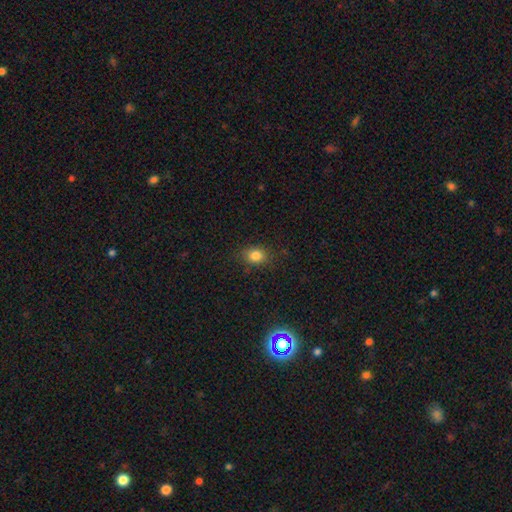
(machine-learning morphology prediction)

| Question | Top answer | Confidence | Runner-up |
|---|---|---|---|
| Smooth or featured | smooth | 82% | star or artifact (12%) |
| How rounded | in between | 52% | round (47%) |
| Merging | none | 83% | minor disturbance (12%) |